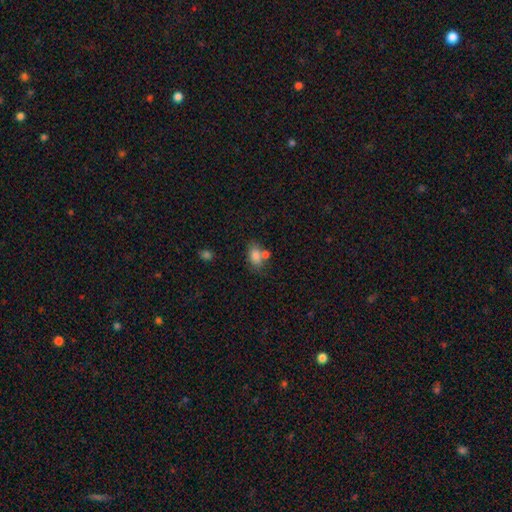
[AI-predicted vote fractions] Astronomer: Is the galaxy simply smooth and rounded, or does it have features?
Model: smooth — 81%.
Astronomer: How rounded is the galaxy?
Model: in between — 86%.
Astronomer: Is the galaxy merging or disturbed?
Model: none — 50% (runner-up: merger, 29%).